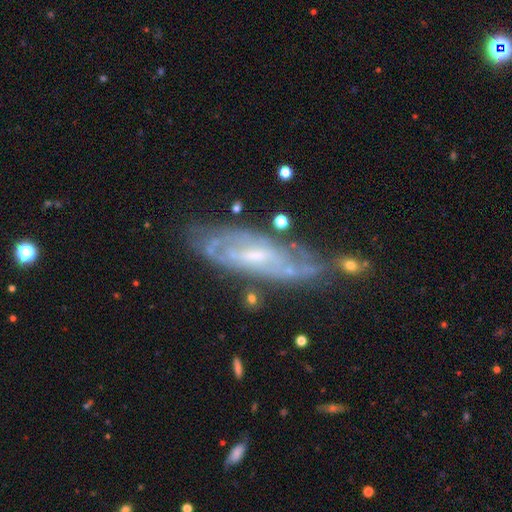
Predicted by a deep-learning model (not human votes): Q: Smooth or featured?
A: featured or disk (81%); runner-up: smooth (13%)
Q: Edge-on disk?
A: no (82%); runner-up: yes (18%)
Q: Bar?
A: weak (49%); runner-up: no (35%)
Q: Spiral arms?
A: yes (86%); runner-up: no (14%)
Q: Spiral winding?
A: tight (54%); runner-up: medium (35%)
Q: Spiral arm count?
A: can't tell (48%); runner-up: 2 (32%)
Q: Bulge size?
A: small (55%); runner-up: moderate (33%)
Q: Merging?
A: none (60%); runner-up: minor disturbance (24%)